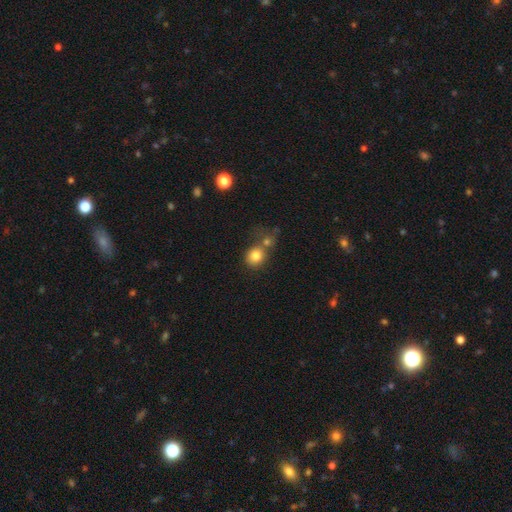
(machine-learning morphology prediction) Q: Smooth or featured?
A: smooth (81%); runner-up: star or artifact (11%)
Q: How rounded?
A: round (76%); runner-up: in between (23%)
Q: Merging?
A: none (51%); runner-up: merger (32%)